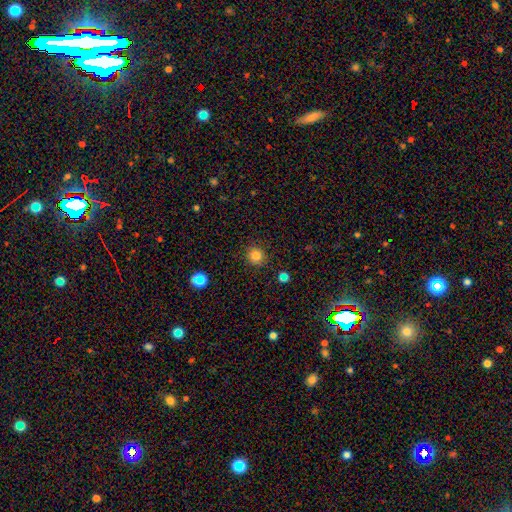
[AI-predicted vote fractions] Smooth or featured? Predicted: smooth (p=0.81). How rounded? Predicted: round (p=0.94). Merging? Predicted: none (p=0.90).